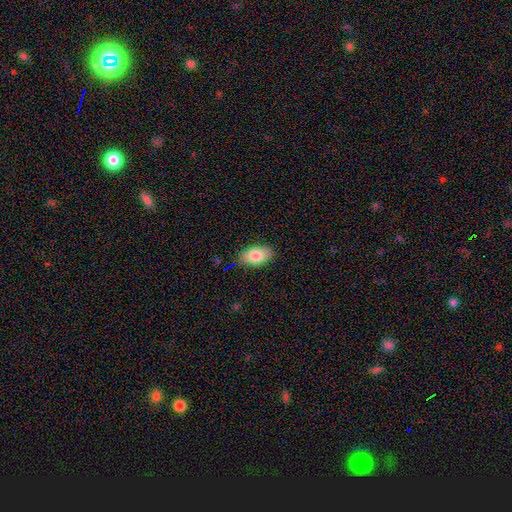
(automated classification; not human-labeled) Smooth or featured? smooth (81%)
How rounded? in between (93%)
Merging? none (84%)